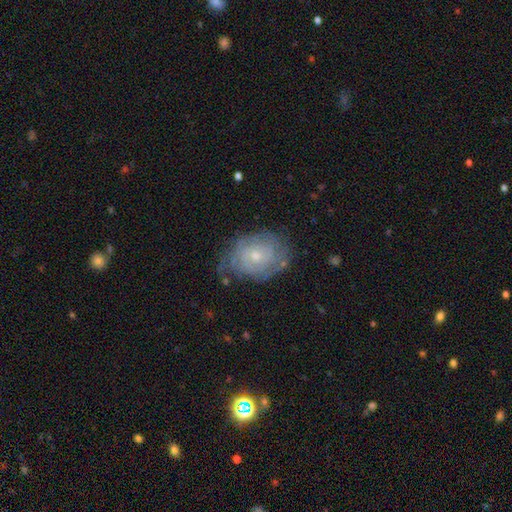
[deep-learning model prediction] Smooth or featured? Predicted: featured or disk (p=0.71). Edge-on disk? Predicted: no (p=0.97). Bar? Predicted: no (p=0.74). Spiral arms? Predicted: yes (p=0.85). Spiral winding? Predicted: tight (p=0.69). Spiral arm count? Predicted: can't tell (p=0.53). Bulge size? Predicted: small (p=0.60). Merging? Predicted: none (p=0.62).